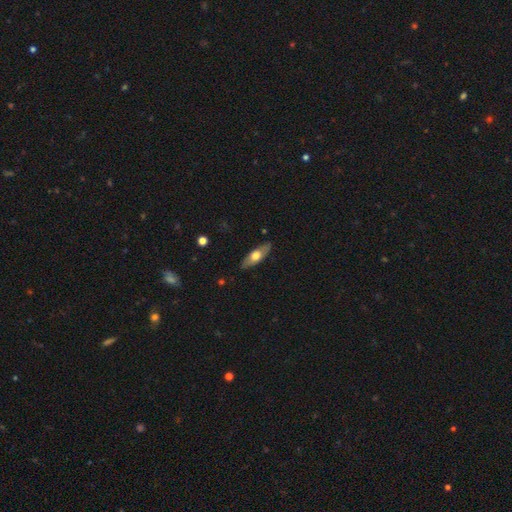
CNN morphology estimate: Smooth or featured? smooth (52%)
How rounded? in between (61%)
Merging? none (84%)